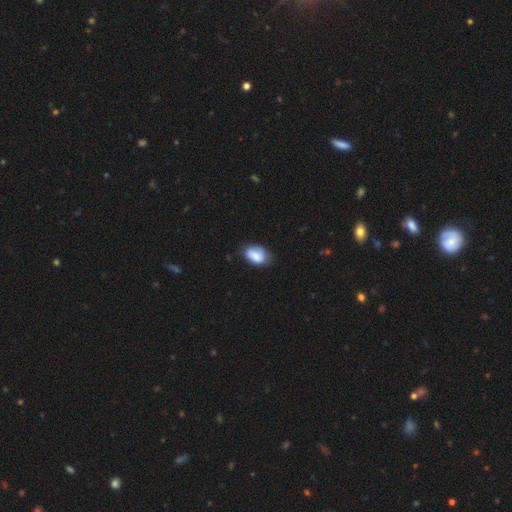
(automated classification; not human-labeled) Smooth or featured? Predicted: smooth (p=0.83). How rounded? Predicted: in between (p=0.85). Merging? Predicted: none (p=0.65).